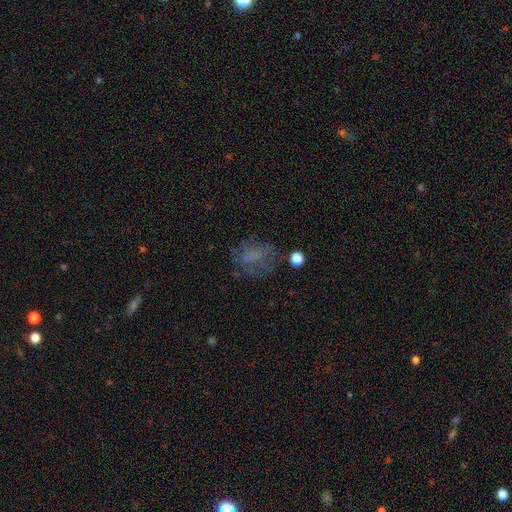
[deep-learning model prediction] smooth-or-featured: smooth: 50% | featured or disk: 30% | star or artifact: 20%
  how-rounded: in between: 58% | round: 39% | cigar-shaped: 2%
  merging: none: 55% | minor disturbance: 21% | major disturbance: 21% | merger: 3%